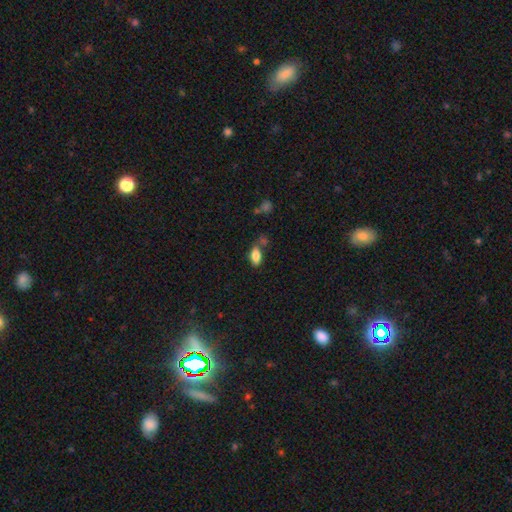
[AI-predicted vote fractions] smooth-or-featured: smooth: 84% | star or artifact: 9% | featured or disk: 7%
  how-rounded: in between: 91% | cigar-shaped: 5% | round: 4%
  merging: none: 60% | minor disturbance: 20% | merger: 14% | major disturbance: 6%